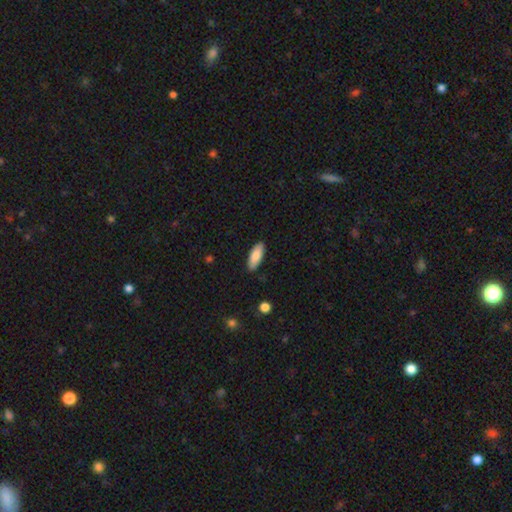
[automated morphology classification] smooth-or-featured: smooth: 84% | featured or disk: 10% | star or artifact: 6%
  how-rounded: in between: 75% | cigar-shaped: 23% | round: 2%
  merging: none: 87% | minor disturbance: 10% | major disturbance: 2% | merger: 1%